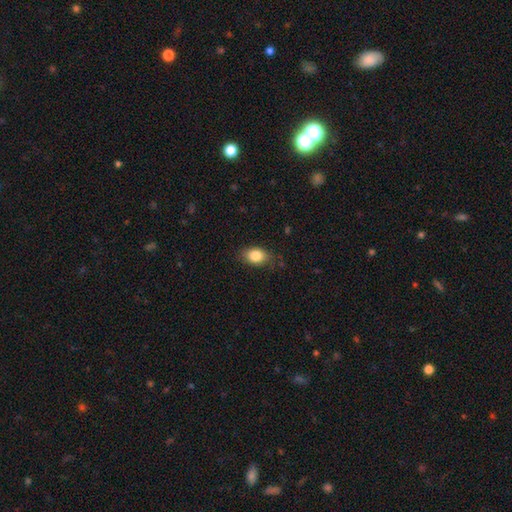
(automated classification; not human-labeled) Smooth or featured? Predicted: smooth (p=0.85). How rounded? Predicted: in between (p=0.78). Merging? Predicted: none (p=0.79).